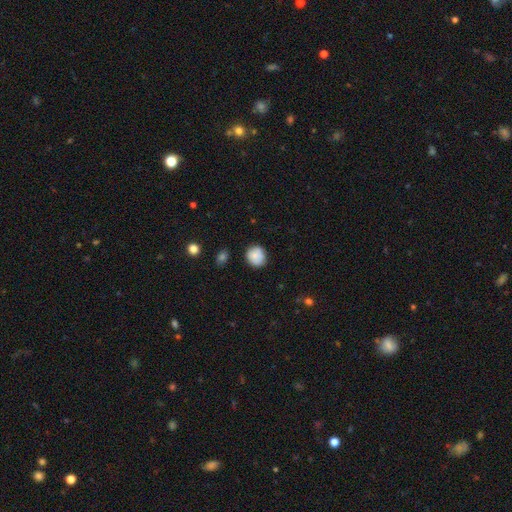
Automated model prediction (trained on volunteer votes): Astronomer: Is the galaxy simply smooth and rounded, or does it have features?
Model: smooth — 81%.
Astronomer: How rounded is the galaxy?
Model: round — 78%.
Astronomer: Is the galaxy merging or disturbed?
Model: none — 75%.